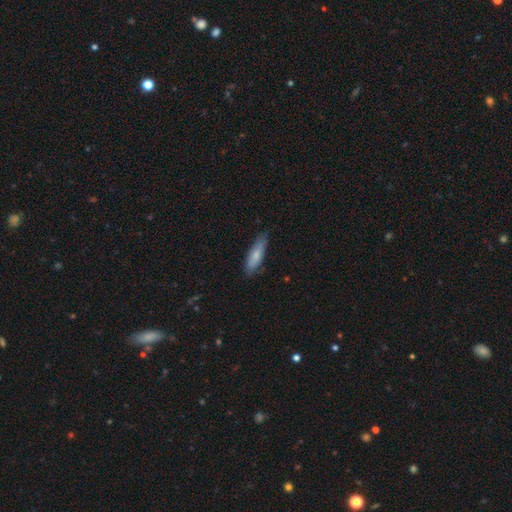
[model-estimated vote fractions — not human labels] Smooth or featured? Predicted: smooth (p=0.74). How rounded? Predicted: cigar-shaped (p=0.57). Merging? Predicted: none (p=0.75).